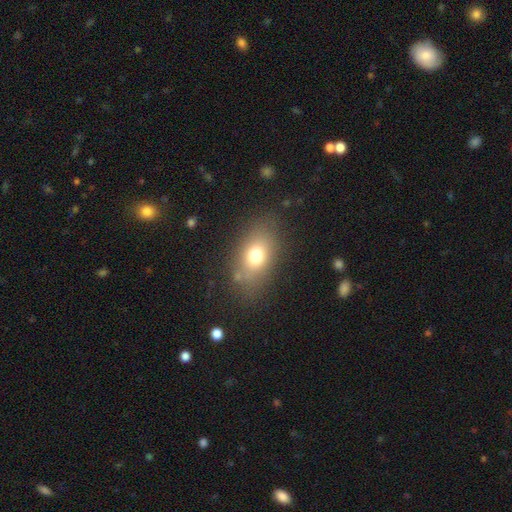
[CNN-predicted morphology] Overall: smooth (73%). How rounded: in between (79%). Merging: none (78%).